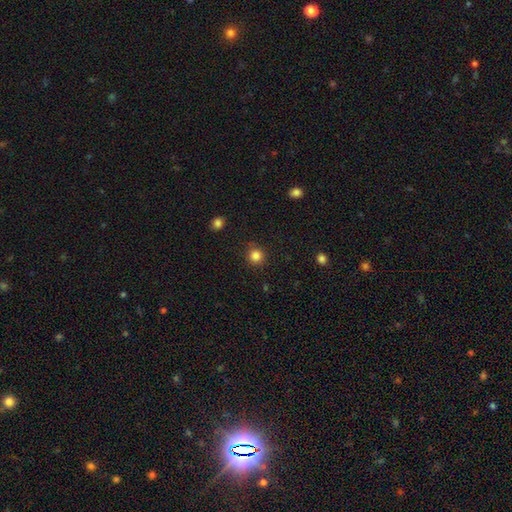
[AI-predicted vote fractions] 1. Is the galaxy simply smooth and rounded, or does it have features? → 84% smooth, 12% star or artifact, 4% featured or disk.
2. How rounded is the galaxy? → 93% round, 6% in between, 1% cigar-shaped.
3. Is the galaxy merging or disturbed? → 88% none, 8% minor disturbance, 3% major disturbance, 1% merger.